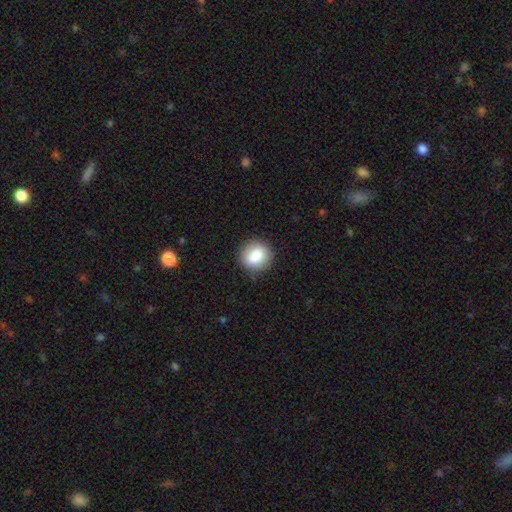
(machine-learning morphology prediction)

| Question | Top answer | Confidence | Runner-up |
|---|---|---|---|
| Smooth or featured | smooth | 84% | star or artifact (8%) |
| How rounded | round | 85% | in between (14%) |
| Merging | none | 86% | minor disturbance (11%) |